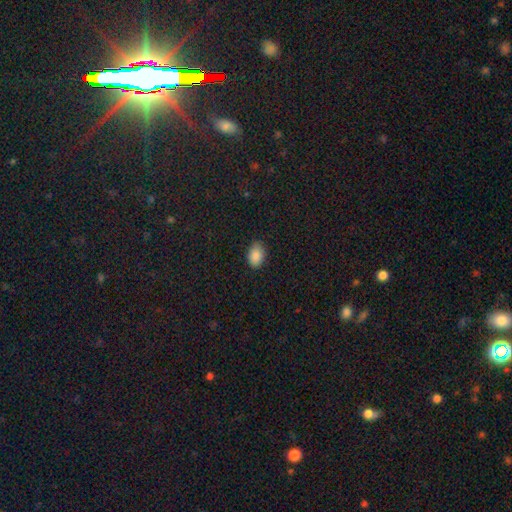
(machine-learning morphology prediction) This is clearly a smooth galaxy (88%). How rounded: clearly in between (85%). Merging: clearly none (82%).